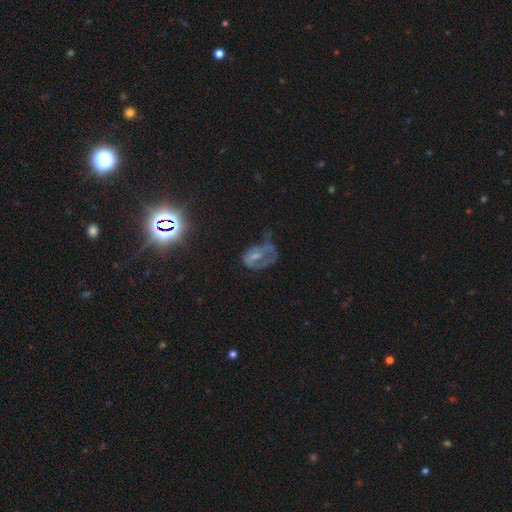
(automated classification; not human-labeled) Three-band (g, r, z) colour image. It shows a featured or disk galaxy (54%) with no bar (59%), no spiral arms (55%) and a small central bulge (40%). Merging: major disturbance (51%).